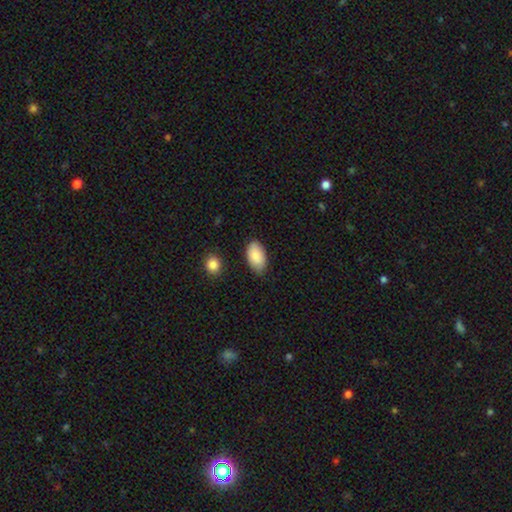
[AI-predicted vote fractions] smooth 86%, featured or disk 8%, star or artifact 6%. Down the decision tree: how rounded — in between (95%); merging — none (79%).